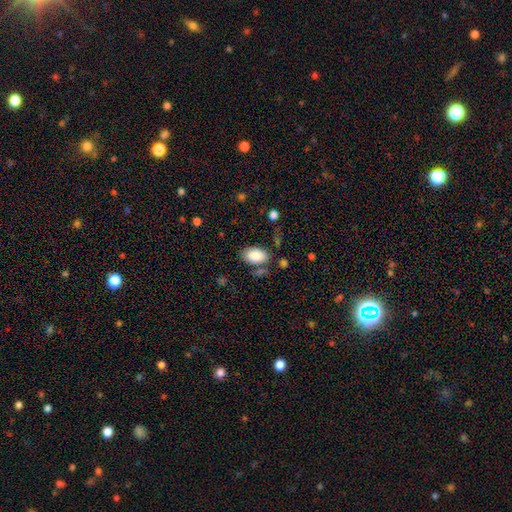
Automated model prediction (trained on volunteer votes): The model was most divided on "merging": none: 74%, minor disturbance: 15%, merger: 7%, major disturbance: 5%. More confident: how rounded — in between (93%); smooth or featured — smooth (87%).